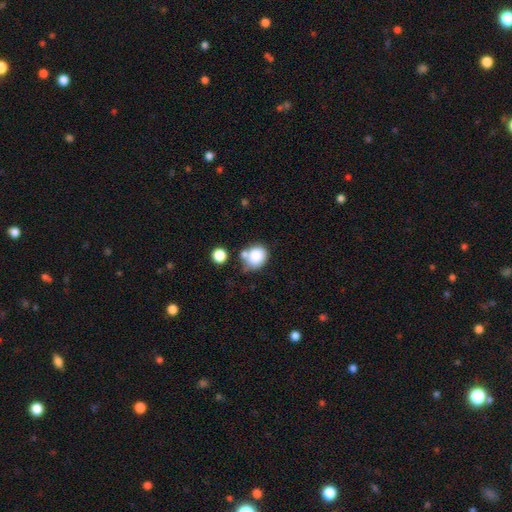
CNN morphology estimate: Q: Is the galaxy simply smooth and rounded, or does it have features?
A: smooth — 83%.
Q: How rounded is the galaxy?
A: round — 61%.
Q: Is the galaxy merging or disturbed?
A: none — 50%.